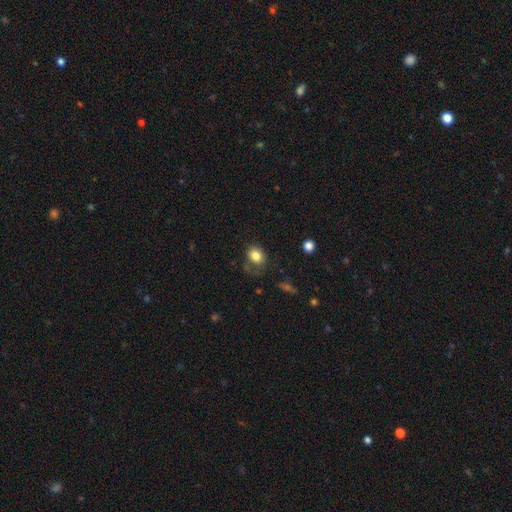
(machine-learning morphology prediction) Q: Smooth or featured?
A: smooth (82%); runner-up: star or artifact (10%)
Q: How rounded?
A: round (50%); runner-up: in between (49%)
Q: Merging?
A: none (57%); runner-up: minor disturbance (25%)